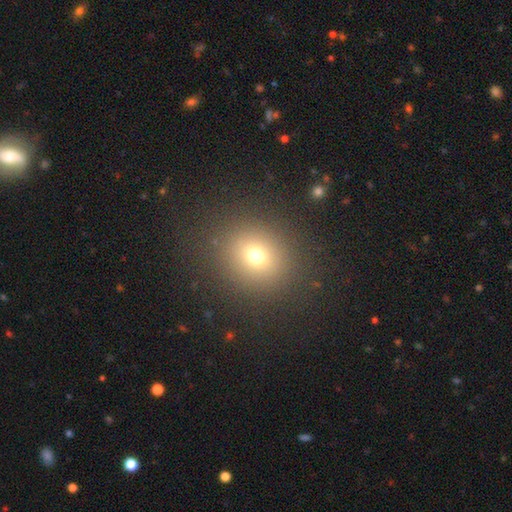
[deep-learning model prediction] smooth_or_featured: smooth (p=0.71) [alt: star or artifact p=0.18]
how_rounded: round (p=0.76) [alt: in between p=0.23]
merging: none (p=0.87) [alt: minor disturbance p=0.07]